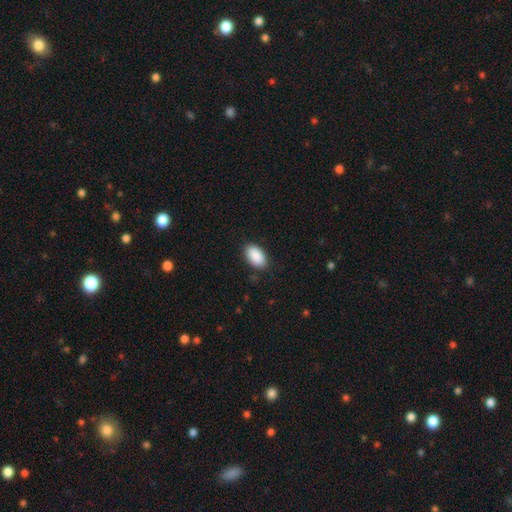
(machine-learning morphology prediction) This appears to be a smooth galaxy with no disk features (91%) that is in between round and cigar-shaped (94%). Merging: none (87%).